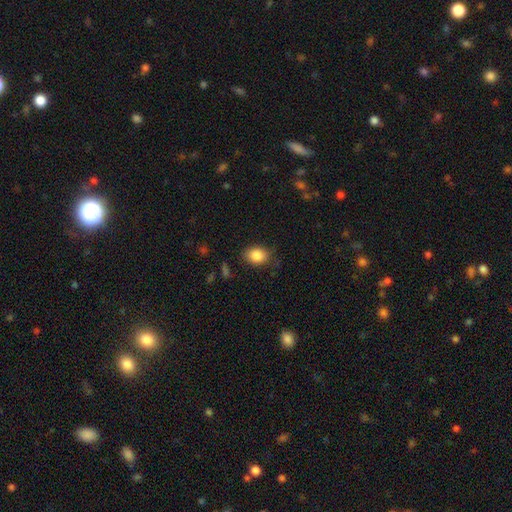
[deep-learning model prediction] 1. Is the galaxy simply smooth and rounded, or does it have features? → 86% smooth, 8% star or artifact, 6% featured or disk.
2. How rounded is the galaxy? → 70% in between, 29% round, 1% cigar-shaped.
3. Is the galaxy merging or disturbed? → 79% none, 16% minor disturbance, 4% major disturbance, 1% merger.